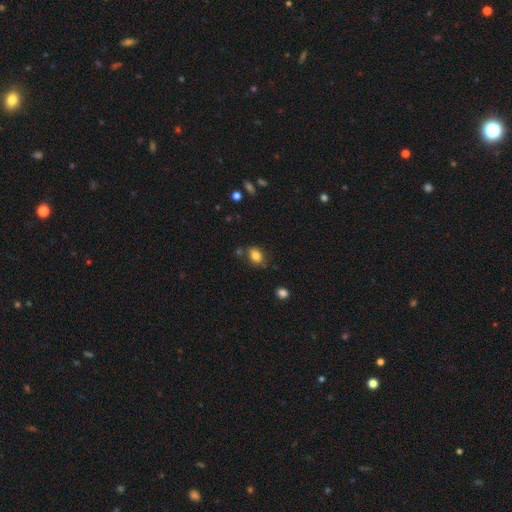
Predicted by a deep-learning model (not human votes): Smooth or featured?
  - smooth: 82% *
  - star or artifact: 10%
  - featured or disk: 8%
How rounded?
  - in between: 71% *
  - round: 27%
  - cigar-shaped: 1%
Merging?
  - none: 72% *
  - minor disturbance: 18%
  - merger: 6%
  - major disturbance: 4%